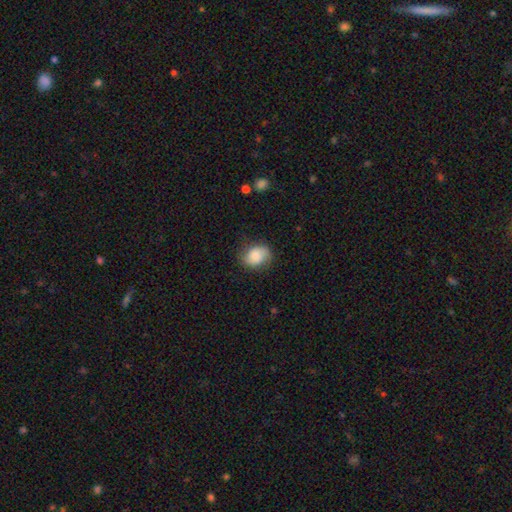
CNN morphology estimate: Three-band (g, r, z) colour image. It shows a smooth galaxy with no disk features (75%) that is in between round and cigar-shaped (55%). Merging: none (72%).